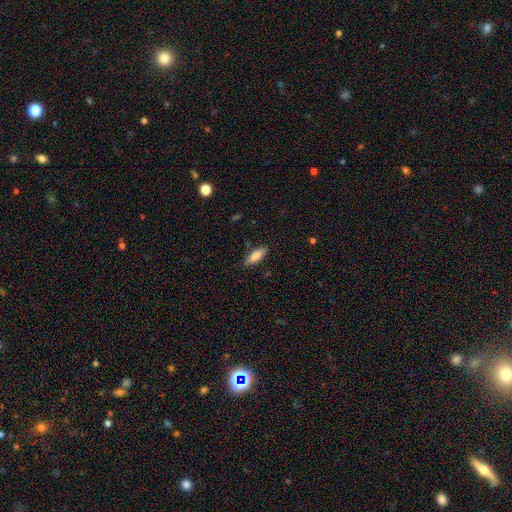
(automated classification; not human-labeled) A smooth galaxy with no disk features (78%) that is in between round and cigar-shaped (53%).

Vote fractions:
- Smooth or featured? smooth: 78% / featured or disk: 15% / star or artifact: 7%
- How rounded? in between: 53% / cigar-shaped: 45% / round: 2%
- Merging? none: 85% / minor disturbance: 12% / major disturbance: 2% / merger: 1%